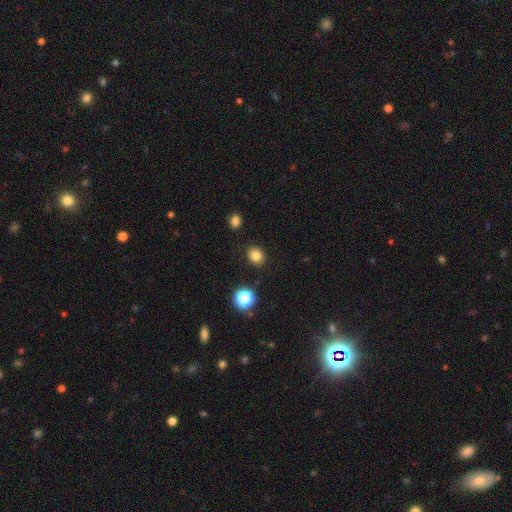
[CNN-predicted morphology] Smooth or featured?
  - smooth: 81% *
  - star or artifact: 13%
  - featured or disk: 6%
How rounded?
  - round: 65% *
  - in between: 34%
  - cigar-shaped: 1%
Merging?
  - none: 89% *
  - minor disturbance: 7%
  - major disturbance: 2%
  - merger: 2%